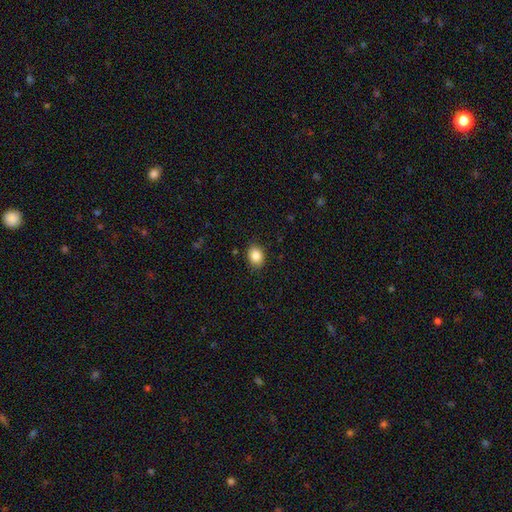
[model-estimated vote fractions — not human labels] The model was most divided on "how rounded": in between: 57%, round: 42%, cigar-shaped: 1%. More confident: merging — none (87%); smooth or featured — smooth (86%).